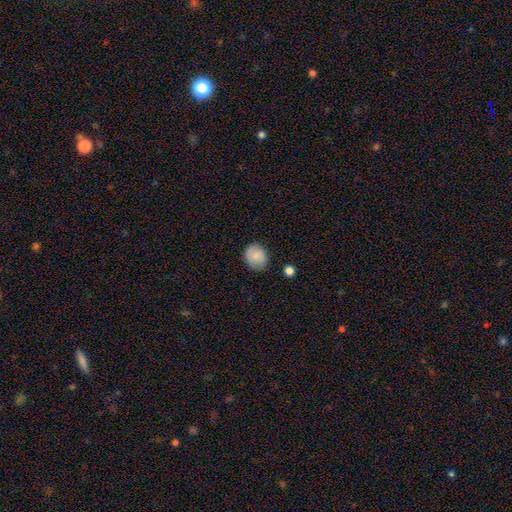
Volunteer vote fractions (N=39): Smooth or featured?
  - smooth: 85% *
  - featured or disk: 10%
  - star or artifact: 5%
How rounded?
  - round: 76% *
  - in between: 24%
  - cigar-shaped: 0%
Merging?
  - none: 81% *
  - minor disturbance: 19%
  - major disturbance: 0%
  - merger: 0%